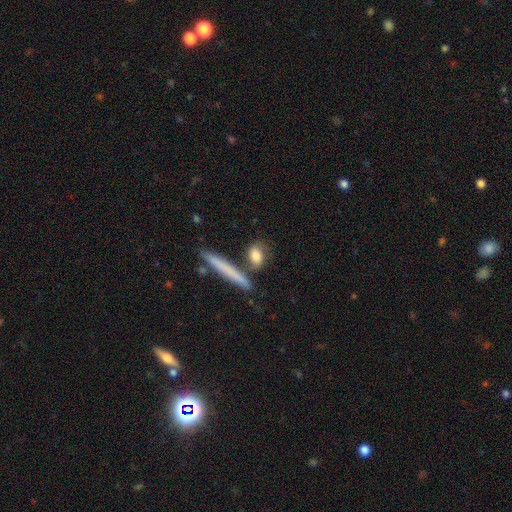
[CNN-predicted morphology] Overall: smooth (78%). How rounded: in between (47%; cigar-shaped 34%). Merging: none (66%).